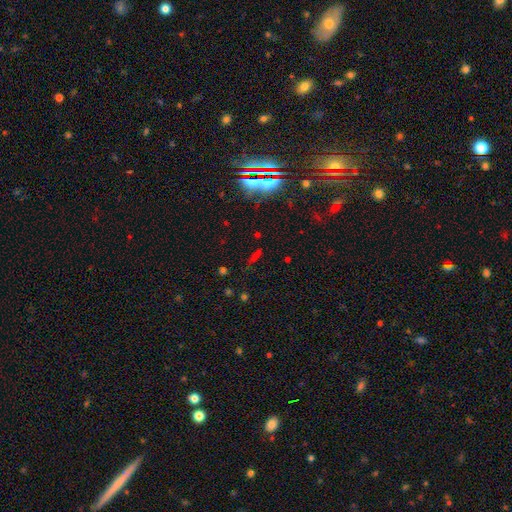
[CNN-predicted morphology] Smooth or featured: star or artifact — 48% (smooth — 38%)